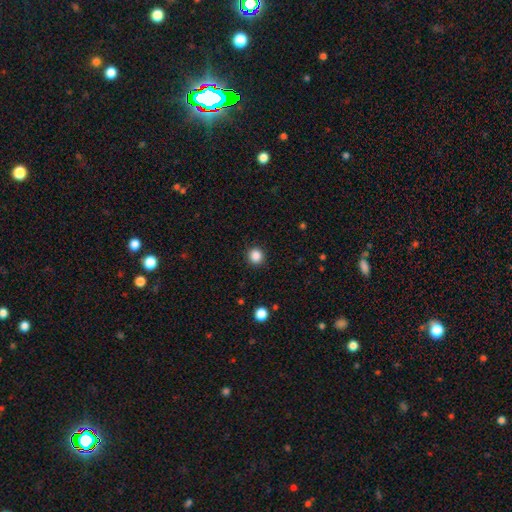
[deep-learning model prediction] This is clearly a smooth galaxy (86%). How rounded: clearly round (93%). Merging: clearly none (92%).